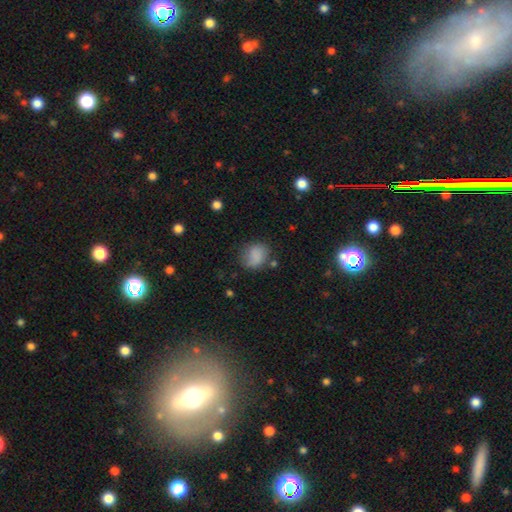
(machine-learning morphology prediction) Smooth or featured: smooth — 81% (featured or disk — 10%)
How rounded: round — 58% (in between — 41%)
Merging: none — 66% (minor disturbance — 22%)